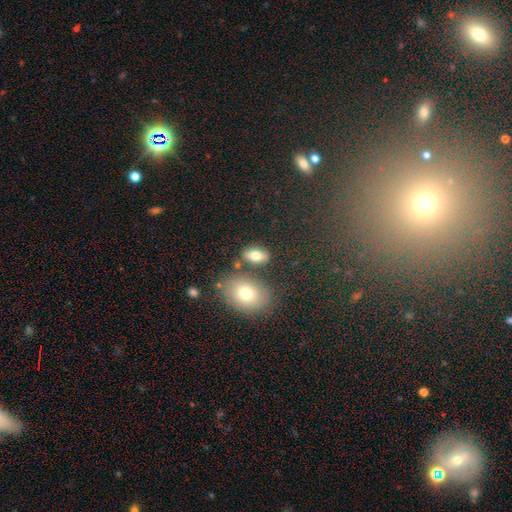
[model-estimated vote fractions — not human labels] Q: Smooth or featured?
A: smooth (76%); runner-up: featured or disk (14%)
Q: How rounded?
A: in between (85%); runner-up: round (11%)
Q: Merging?
A: none (75%); runner-up: minor disturbance (12%)